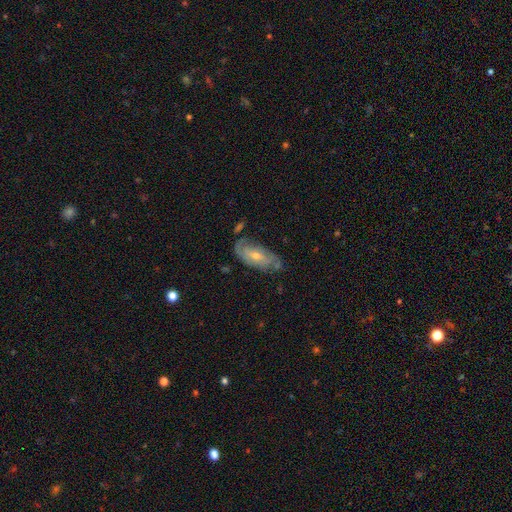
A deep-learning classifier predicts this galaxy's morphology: The model was most divided on "bulge size": small: 52%, moderate: 44%, large: 2%, none: 1%, dominant: 1%. More confident: edge-on disk — no (88%); spiral arms — yes (81%); smooth or featured — featured or disk (68%); merging — none (61%); bar — no (60%).